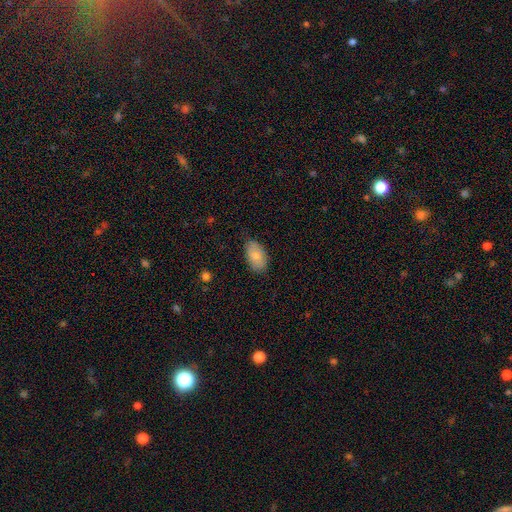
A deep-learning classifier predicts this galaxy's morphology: A smooth galaxy with no disk features (79%) that is in between round and cigar-shaped (94%). Merging: none (77%).